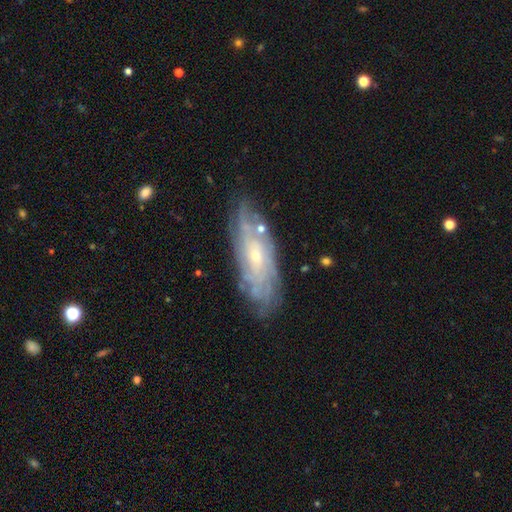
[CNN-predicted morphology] A featured or disk galaxy (79%) with no bar (70%), tight (71%) spiral arms (90%) and a small central bulge (70%). Merging: none (76%).